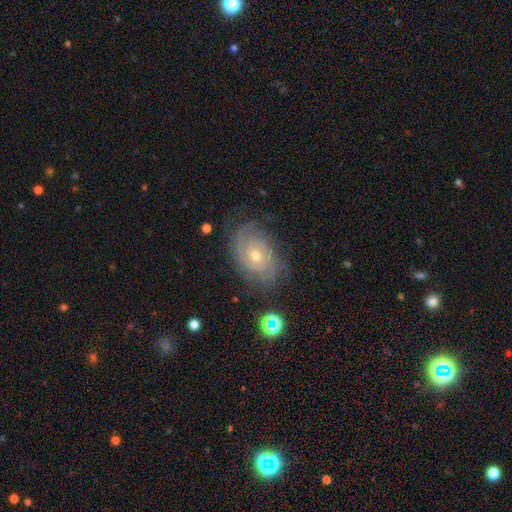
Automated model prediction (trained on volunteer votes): Overall: featured or disk (82%). Edge-on disk: no (96%). Bar: no (77%). Spiral arms: yes (95%). Spiral arm count: can't tell (36%; 2 29%). Spiral winding: tight (73%). Bulge size: small (51%; moderate 46%). Merging: none (75%).